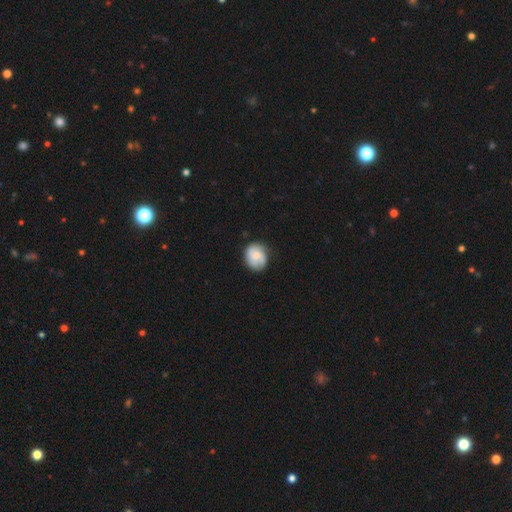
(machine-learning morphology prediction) Smooth or featured: smooth — 55% (featured or disk — 38%)
How rounded: round — 67% (in between — 32%)
Merging: none — 73% (minor disturbance — 21%)